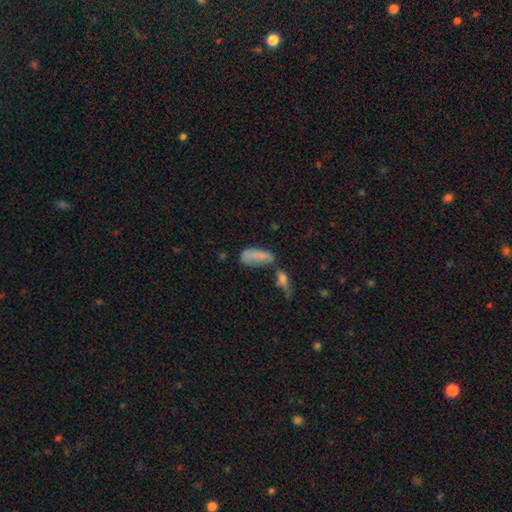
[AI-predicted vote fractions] A smooth galaxy with no disk features (75%) that is in between round and cigar-shaped (75%). Merging: none (33%).